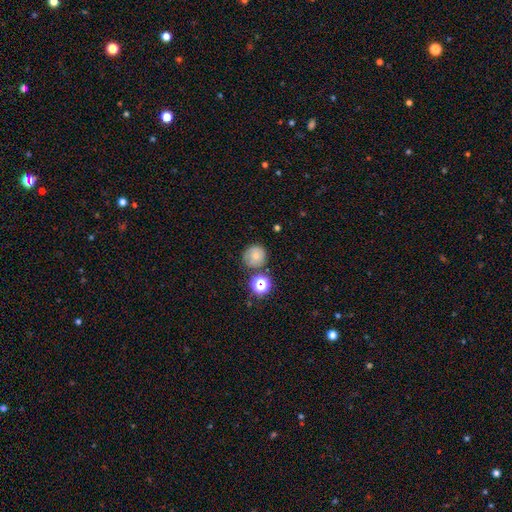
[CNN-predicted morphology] A smooth galaxy with no disk features (71%) that is round (90%). Merging: none (73%).